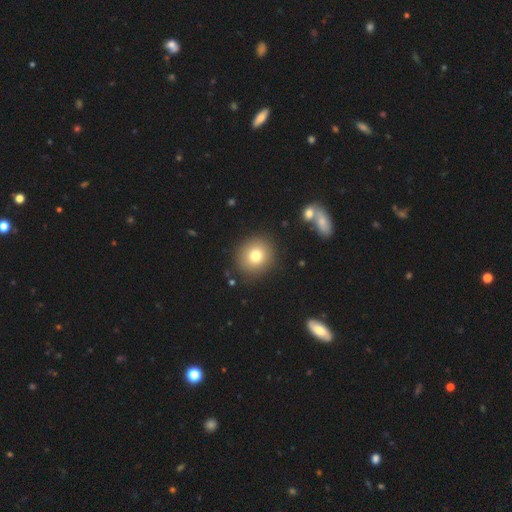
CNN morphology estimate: Smooth or featured? Predicted: smooth (p=0.76). How rounded? Predicted: round (p=0.89). Merging? Predicted: none (p=0.88).